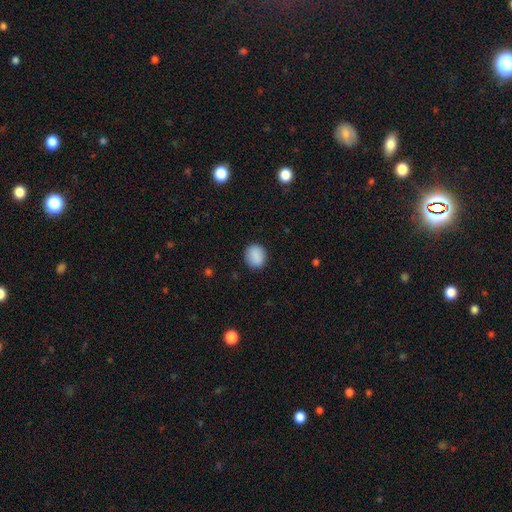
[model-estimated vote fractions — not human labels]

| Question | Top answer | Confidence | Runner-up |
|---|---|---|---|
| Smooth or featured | smooth | 89% | star or artifact (8%) |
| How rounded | round | 67% | in between (32%) |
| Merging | none | 89% | minor disturbance (8%) |